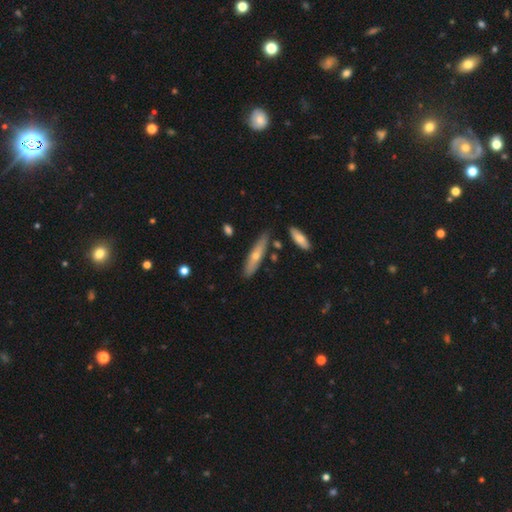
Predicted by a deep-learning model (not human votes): A featured or disk galaxy (47%). Merging: none (82%).